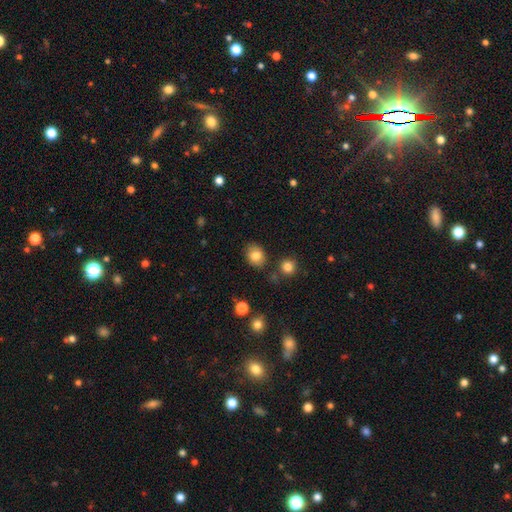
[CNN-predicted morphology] smooth-or-featured: smooth: 83% | star or artifact: 10% | featured or disk: 8%
  how-rounded: round: 52% | in between: 47% | cigar-shaped: 1%
  merging: none: 81% | minor disturbance: 12% | merger: 4% | major disturbance: 3%